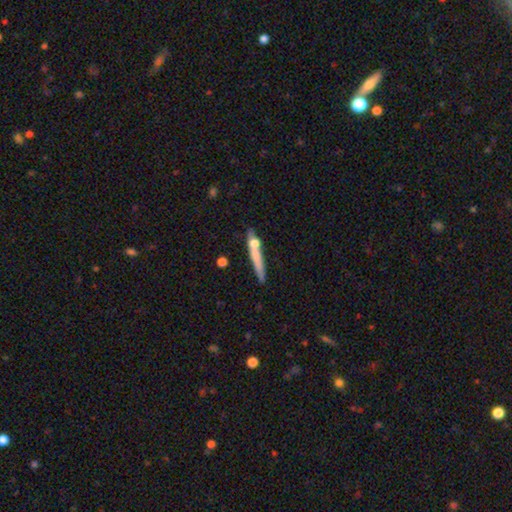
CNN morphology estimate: A smooth galaxy with no disk features (55%) that is cigar-shaped (92%).

Vote fractions:
- Smooth or featured? smooth: 55% / featured or disk: 38% / star or artifact: 7%
- How rounded? cigar-shaped: 92% / in between: 5% / round: 3%
- Merging? none: 61% / minor disturbance: 17% / merger: 16% / major disturbance: 6%